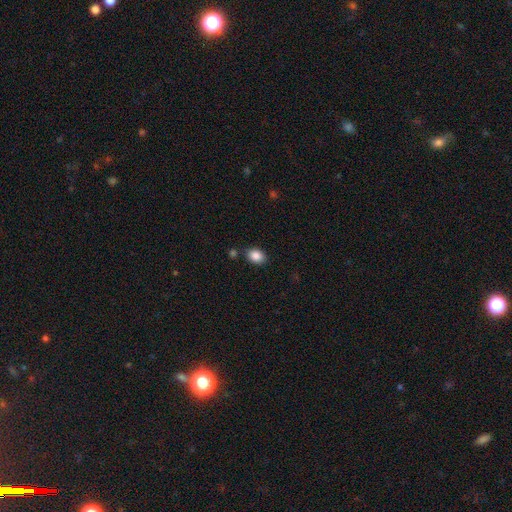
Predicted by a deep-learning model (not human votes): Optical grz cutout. It shows a smooth galaxy with no disk features (87%) that is in between round and cigar-shaped (70%). Merging: none (82%).